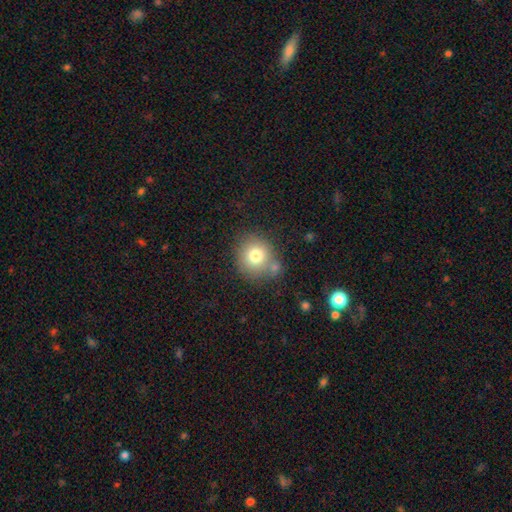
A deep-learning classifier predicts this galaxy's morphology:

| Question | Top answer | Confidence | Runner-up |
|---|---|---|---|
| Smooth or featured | smooth | 77% | featured or disk (12%) |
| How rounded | round | 86% | in between (13%) |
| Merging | none | 65% | merger (17%) |